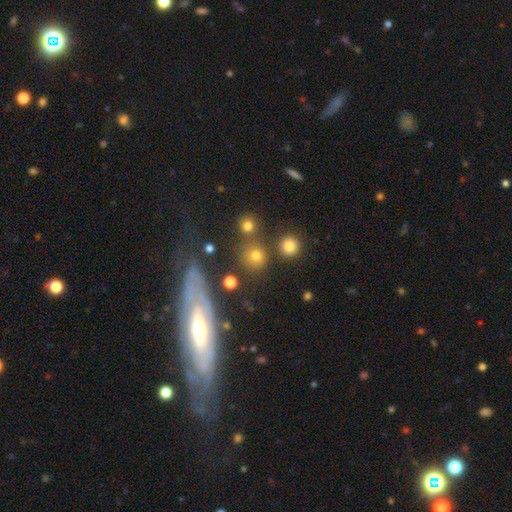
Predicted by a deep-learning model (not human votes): Smooth or featured? Predicted: smooth (p=0.76). How rounded? Predicted: round (p=0.88). Merging? Predicted: none (p=0.77).